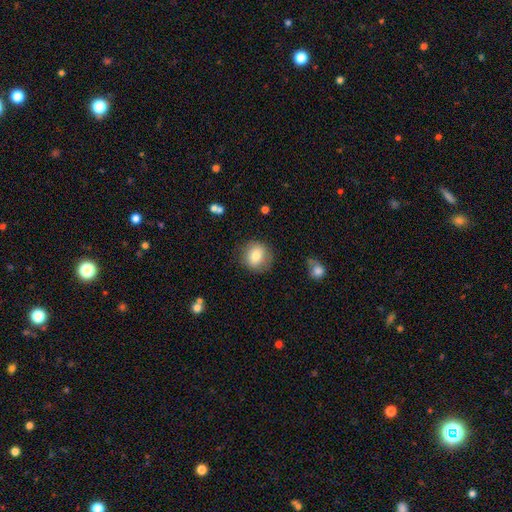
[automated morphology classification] This is likely a smooth galaxy (79%). How rounded: clearly round (81%). Merging: clearly none (82%).